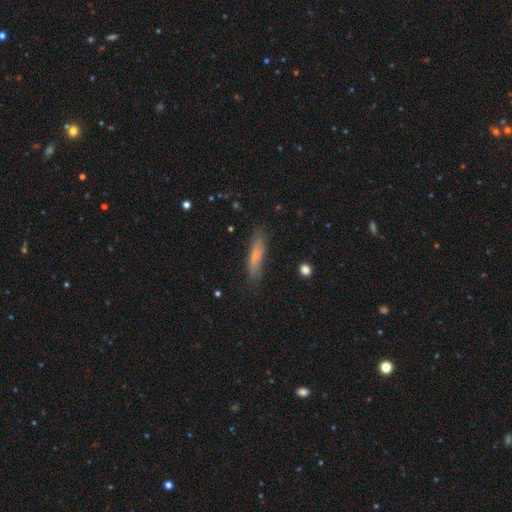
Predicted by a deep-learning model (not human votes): Smooth or featured? Predicted: smooth (p=0.67). How rounded? Predicted: cigar-shaped (p=0.79). Merging? Predicted: none (p=0.81).